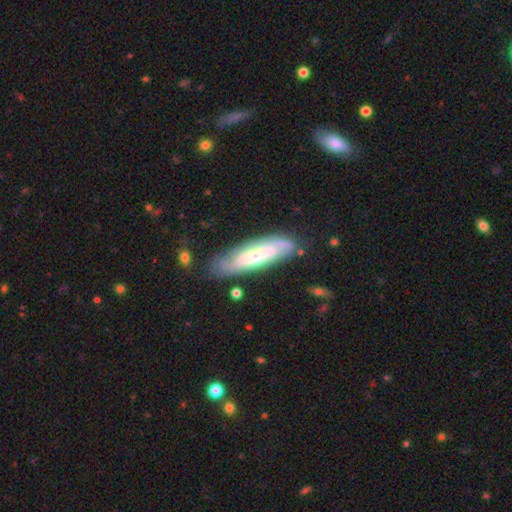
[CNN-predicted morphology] smooth_or_featured: featured or disk (p=0.62) [alt: smooth p=0.32]
disk_edge_on: no (p=0.70) [alt: yes p=0.30]
merging: none (p=0.77) [alt: minor disturbance p=0.16]